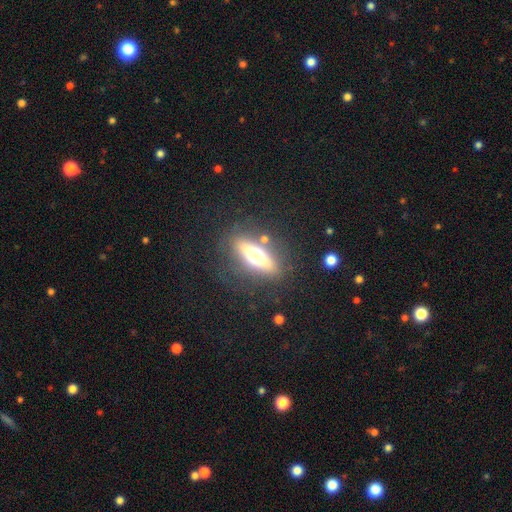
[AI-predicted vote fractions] Morphology: type=featured or disk (53%); edge-on=yes (78%); merging=none (79%).